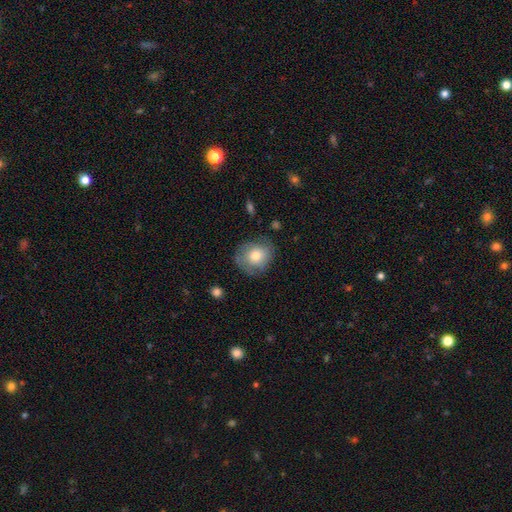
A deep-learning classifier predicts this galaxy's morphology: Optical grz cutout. It shows a smooth galaxy with no disk features (75%) that is round (76%). Merging: none (74%).